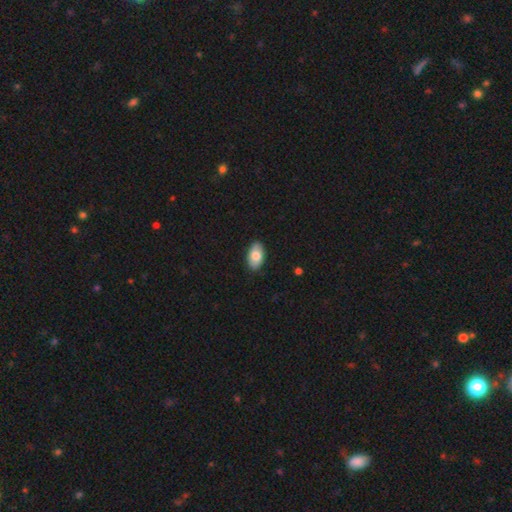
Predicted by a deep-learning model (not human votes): The model was most divided on "smooth or featured": smooth: 79%, featured or disk: 15%, star or artifact: 6%. More confident: how rounded — in between (94%); merging — none (89%).